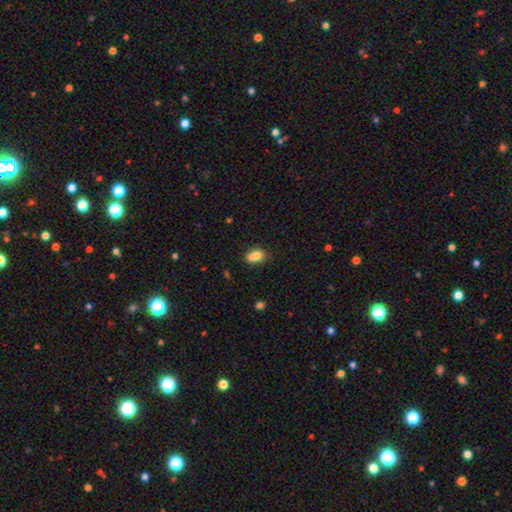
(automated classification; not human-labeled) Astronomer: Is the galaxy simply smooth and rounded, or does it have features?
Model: smooth — 82%.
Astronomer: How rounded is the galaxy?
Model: in between — 81%.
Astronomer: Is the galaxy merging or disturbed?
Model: none — 63%.